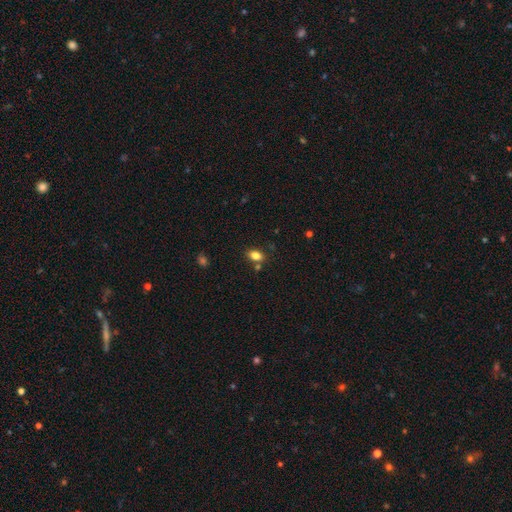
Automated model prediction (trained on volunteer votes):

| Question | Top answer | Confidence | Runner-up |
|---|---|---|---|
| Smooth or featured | smooth | 82% | star or artifact (11%) |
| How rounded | in between | 82% | round (15%) |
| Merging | none | 74% | minor disturbance (12%) |